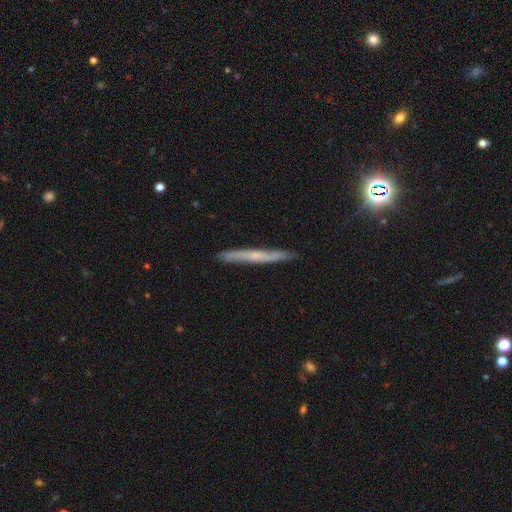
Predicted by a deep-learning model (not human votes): Q: Smooth or featured?
A: featured or disk (54%); runner-up: smooth (38%)
Q: Edge-on disk?
A: yes (93%); runner-up: no (7%)
Q: Merging?
A: none (88%); runner-up: minor disturbance (9%)